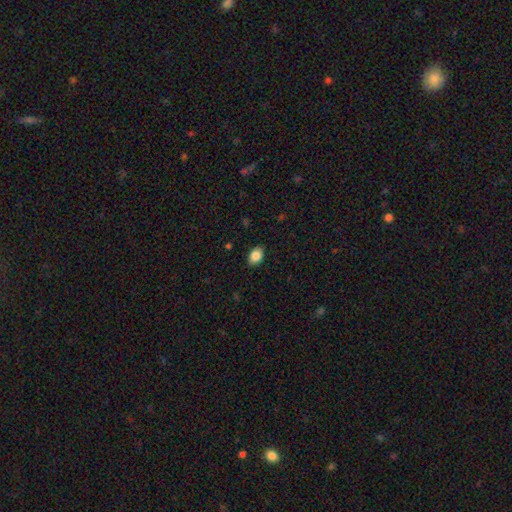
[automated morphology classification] This is clearly a smooth galaxy (86%). How rounded: clearly in between (81%). Merging: clearly none (87%).